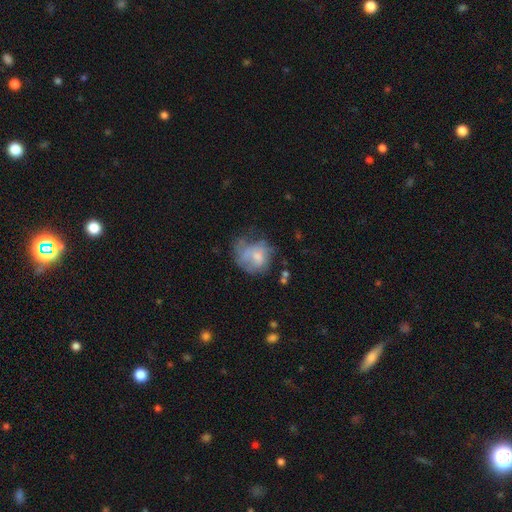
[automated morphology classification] smooth_or_featured: smooth (p=0.48) [alt: featured or disk p=0.42]
merging: major disturbance (p=0.37) [alt: none p=0.32]